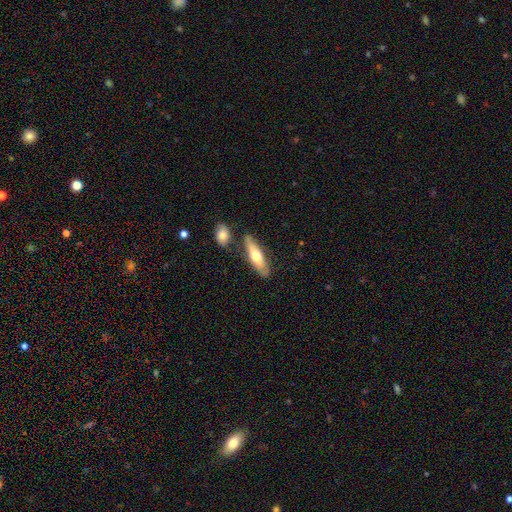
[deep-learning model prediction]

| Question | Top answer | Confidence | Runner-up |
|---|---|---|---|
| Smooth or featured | smooth | 60% | featured or disk (35%) |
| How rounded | cigar-shaped | 58% | in between (40%) |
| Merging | none | 75% | minor disturbance (14%) |